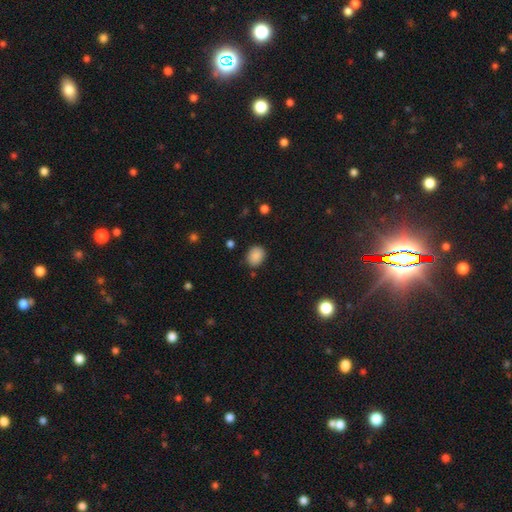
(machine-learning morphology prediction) Overall: smooth (87%). How rounded: round (50%; in between 49%). Merging: none (83%).